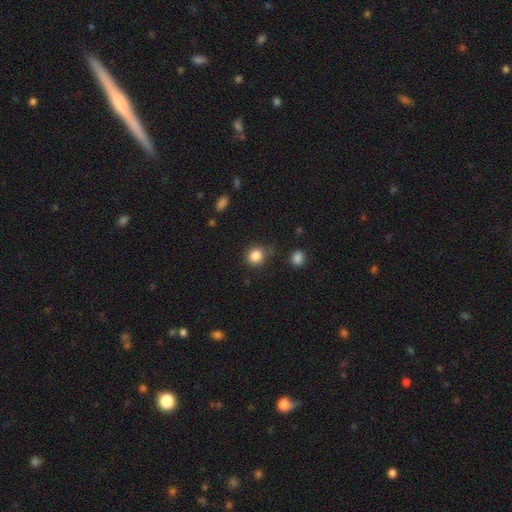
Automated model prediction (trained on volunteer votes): This is clearly a smooth galaxy (85%). How rounded: clearly round (86%). Merging: likely none (78%).